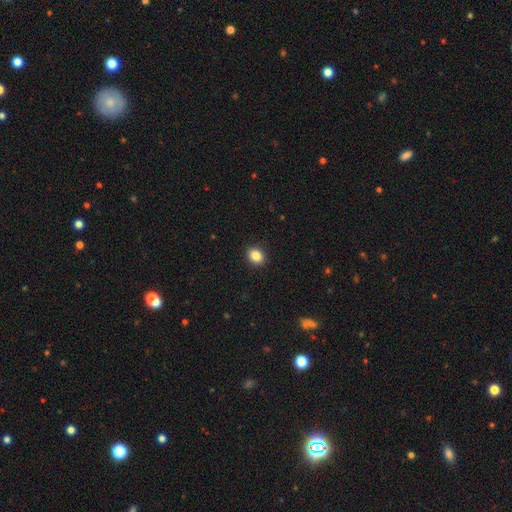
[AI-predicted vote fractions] smooth_or_featured: smooth (p=0.86) [alt: star or artifact p=0.09]
how_rounded: in between (p=0.56) [alt: round p=0.43]
merging: none (p=0.92) [alt: minor disturbance p=0.06]